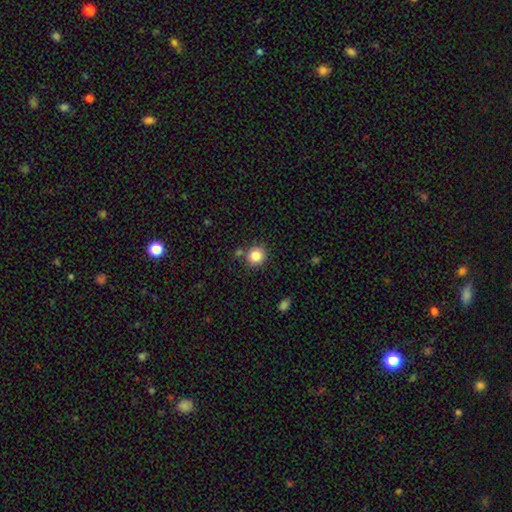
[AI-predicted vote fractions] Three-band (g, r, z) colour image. It shows a smooth galaxy with no disk features (84%) that is round (89%). Merging: none (82%).